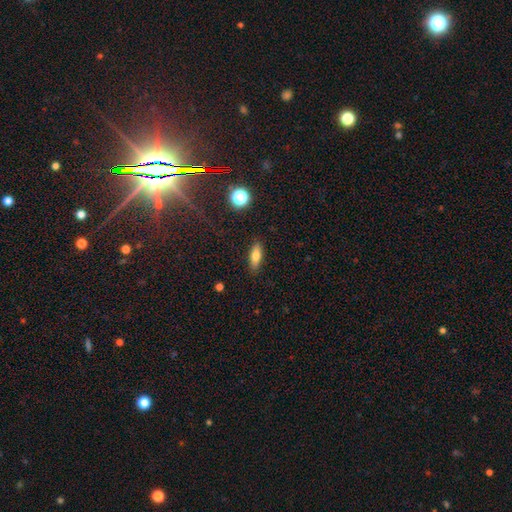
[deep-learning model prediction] Overall: smooth (74%). How rounded: in between (62%; cigar-shaped 35%). Merging: none (88%).